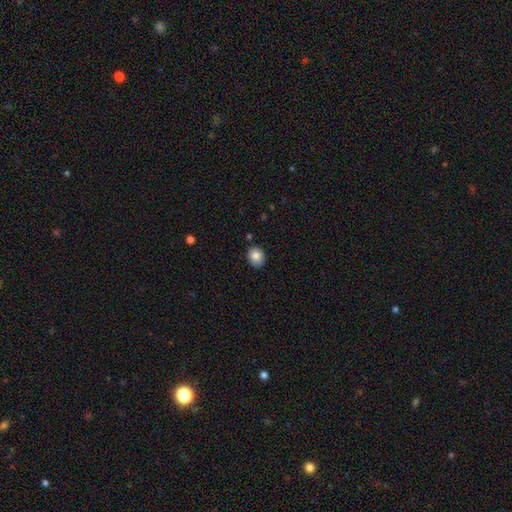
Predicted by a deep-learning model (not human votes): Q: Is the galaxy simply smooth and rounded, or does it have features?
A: smooth — 84%.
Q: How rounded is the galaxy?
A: round — 54%.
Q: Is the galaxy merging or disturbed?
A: none — 85%.